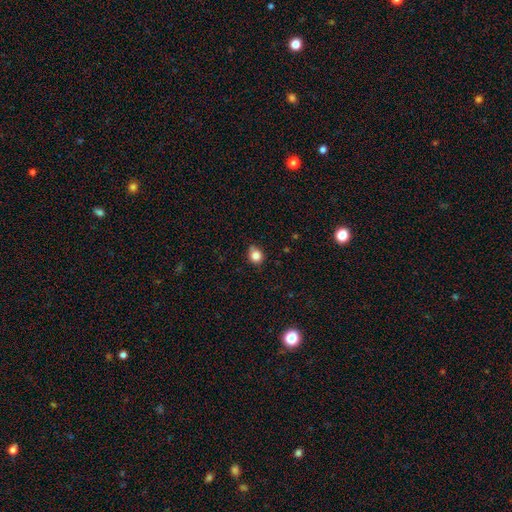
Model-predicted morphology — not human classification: smooth_or_featured: smooth (p=0.83) [alt: star or artifact p=0.11]
how_rounded: round (p=0.74) [alt: in between p=0.25]
merging: none (p=0.72) [alt: minor disturbance p=0.23]